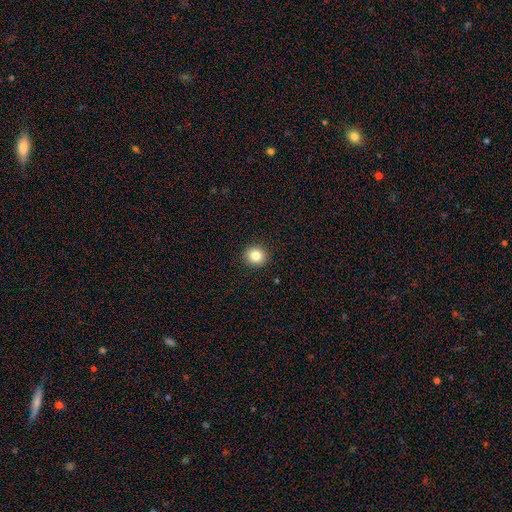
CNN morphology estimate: Overall: smooth (82%). How rounded: round (89%). Merging: none (92%).